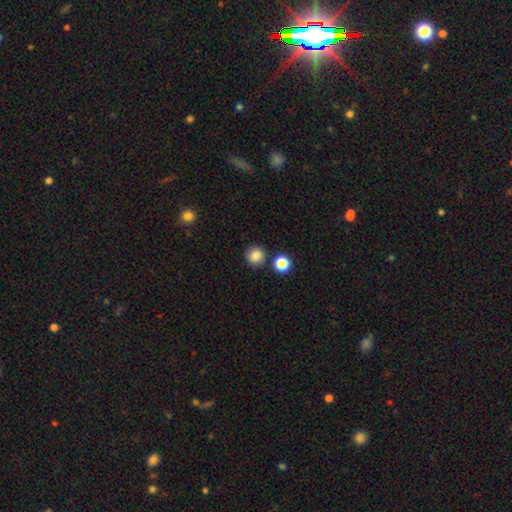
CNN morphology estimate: A smooth galaxy with no disk features (85%) that is round (93%).

Vote fractions:
- Smooth or featured? smooth: 85% / star or artifact: 11% / featured or disk: 4%
- How rounded? round: 93% / in between: 6% / cigar-shaped: 1%
- Merging? none: 85% / minor disturbance: 7% / merger: 6% / major disturbance: 2%